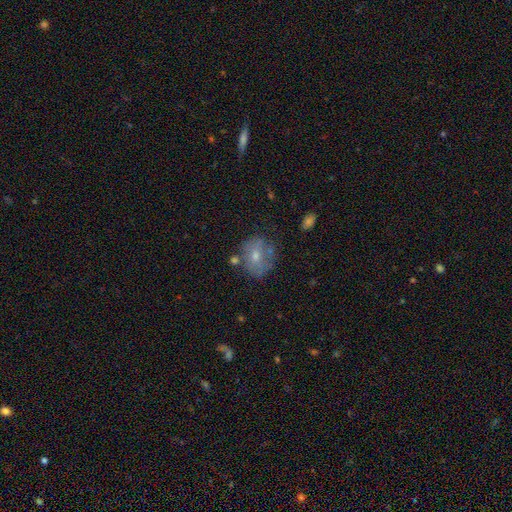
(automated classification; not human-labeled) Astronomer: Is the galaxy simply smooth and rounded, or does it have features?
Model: smooth — 46% (runner-up: featured or disk, 39%).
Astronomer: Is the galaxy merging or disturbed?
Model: none — 66%.